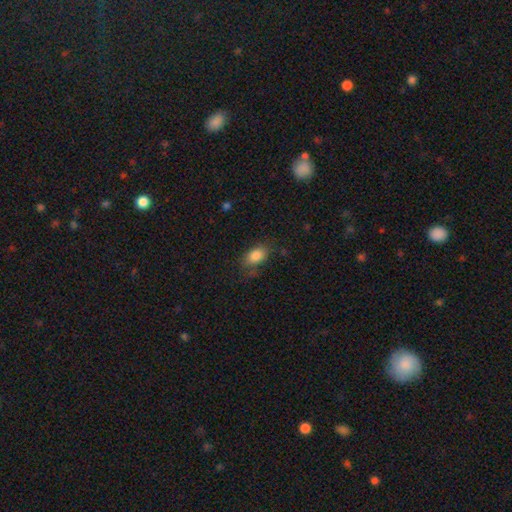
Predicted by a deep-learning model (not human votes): smooth_or_featured: smooth (p=0.85) [alt: star or artifact p=0.08]
how_rounded: in between (p=0.87) [alt: round p=0.11]
merging: none (p=0.71) [alt: minor disturbance p=0.21]